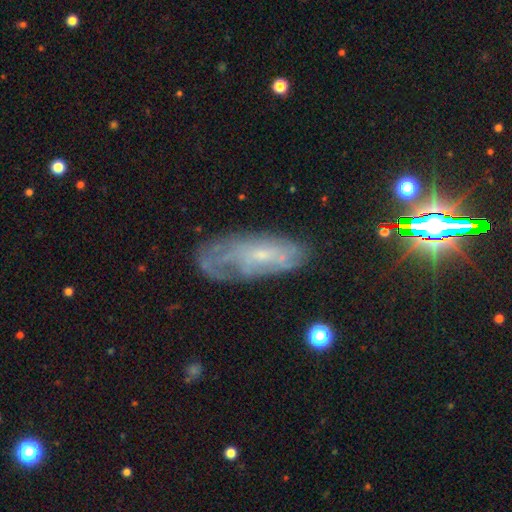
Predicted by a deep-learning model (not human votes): Smooth or featured? Predicted: featured or disk (p=0.56). Edge-on disk? Predicted: no (p=0.84). Merging? Predicted: none (p=0.57).